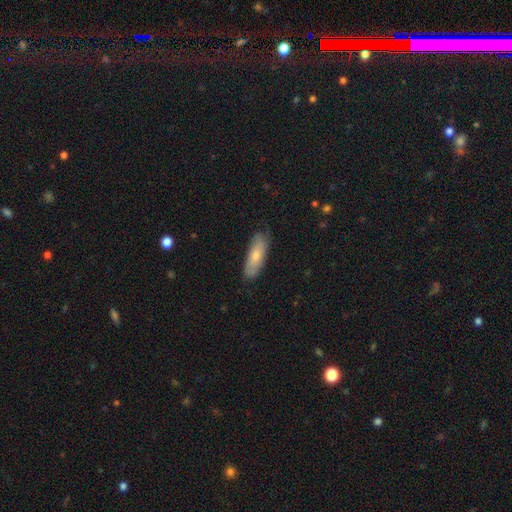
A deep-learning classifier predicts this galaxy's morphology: Smooth or featured? smooth (68%)
How rounded? in between (58%)
Merging? none (77%)